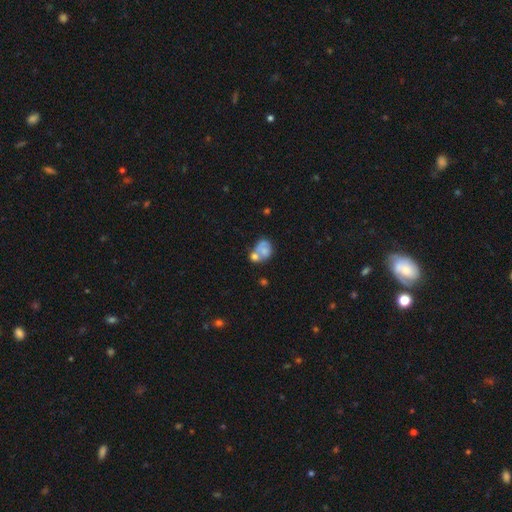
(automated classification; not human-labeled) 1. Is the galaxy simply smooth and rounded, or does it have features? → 54% smooth, 36% featured or disk, 10% star or artifact.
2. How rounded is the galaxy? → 59% in between, 40% round, 1% cigar-shaped.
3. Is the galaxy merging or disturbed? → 52% merger, 24% none, 14% minor disturbance, 11% major disturbance.